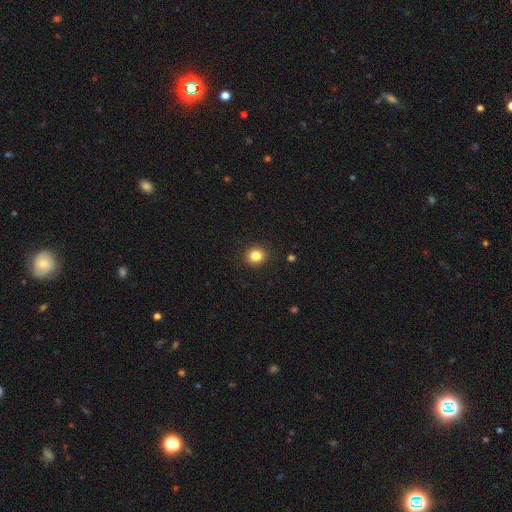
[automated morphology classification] This appears to be a smooth galaxy with no disk features (83%) that is round (83%). Merging: none (91%).